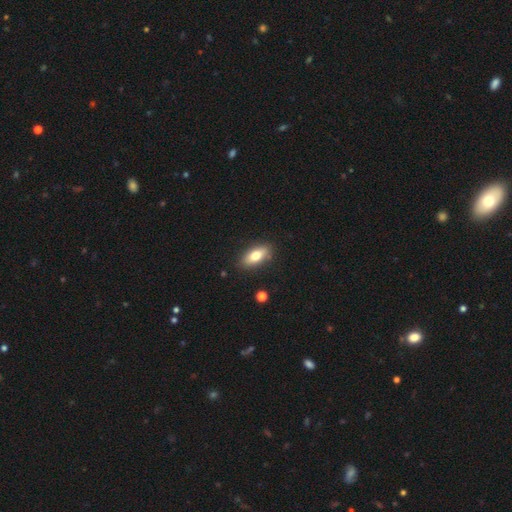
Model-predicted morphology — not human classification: This is likely a smooth galaxy (74%). How rounded: clearly in between (83%). Merging: clearly none (85%).